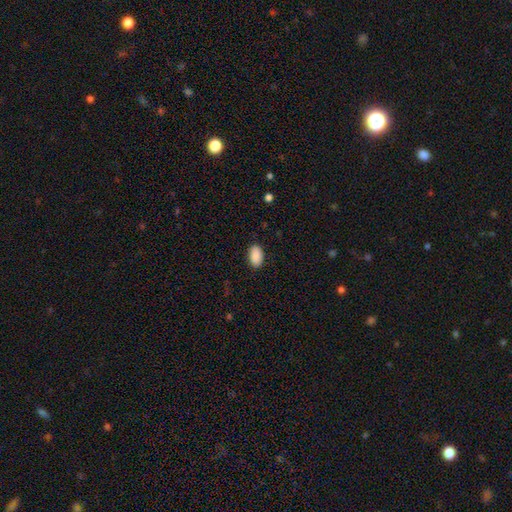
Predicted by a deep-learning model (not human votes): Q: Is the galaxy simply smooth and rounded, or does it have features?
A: smooth — 91%.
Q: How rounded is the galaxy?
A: in between — 94%.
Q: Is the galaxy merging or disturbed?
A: none — 88%.